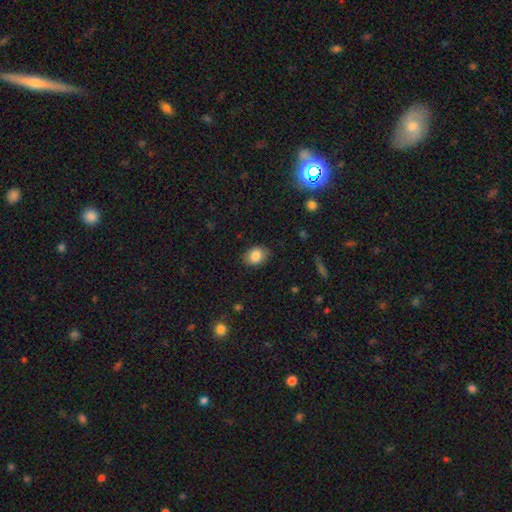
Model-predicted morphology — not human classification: type=smooth (85%); roundness=in between (72%); merging=none (84%).